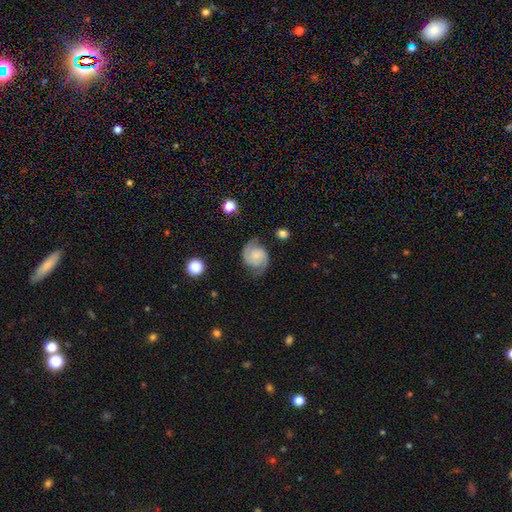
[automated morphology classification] Smooth or featured: featured or disk — 81% (smooth — 12%)
Edge-on disk: no — 98% (yes — 2%)
Bar: no — 67% (weak — 27%)
Spiral arms: yes — 97% (no — 3%)
Spiral winding: medium — 48% (tight — 37%)
Spiral arm count: 2 — 91% (can't tell — 3%)
Bulge size: small — 41% (none — 31%)
Merging: none — 76% (minor disturbance — 16%)